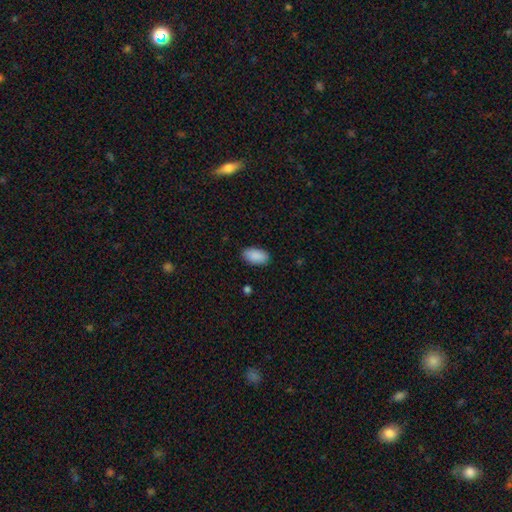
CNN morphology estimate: smooth 90%, star or artifact 6%, featured or disk 3%. Down the decision tree: how rounded — in between (95%); merging — none (88%).